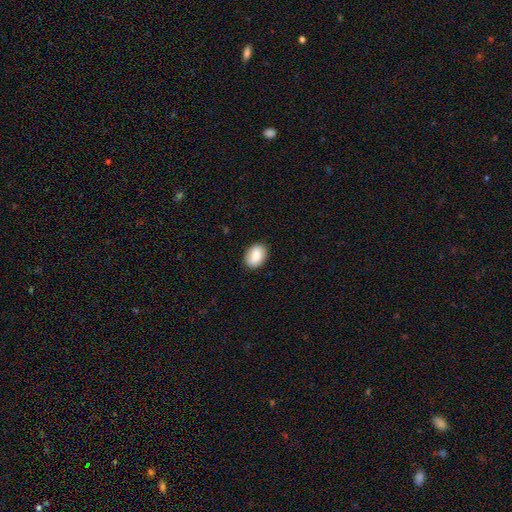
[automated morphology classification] This is clearly a smooth galaxy (83%). How rounded: likely in between (79%). Merging: clearly none (87%).